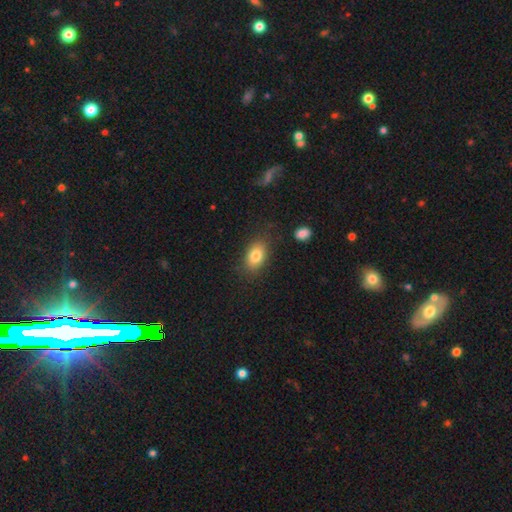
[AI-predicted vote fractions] Smooth or featured? smooth (82%)
How rounded? in between (86%)
Merging? none (81%)